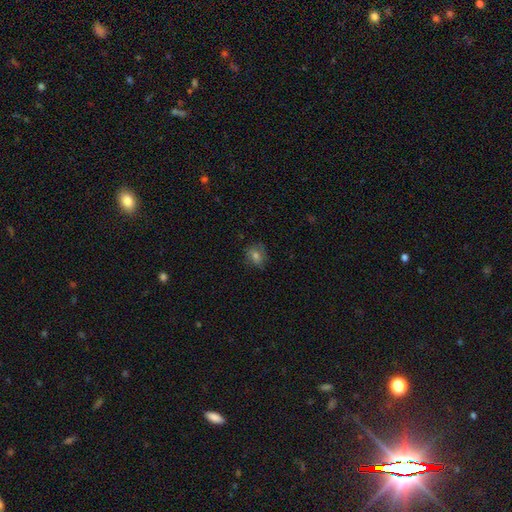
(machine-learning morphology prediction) smooth 63%, featured or disk 21%, star or artifact 16%. Down the decision tree: how rounded — round (61%); merging — none (72%).